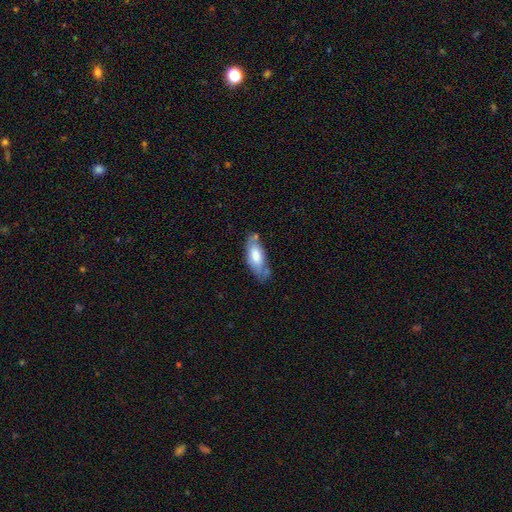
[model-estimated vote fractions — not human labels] This appears to be a smooth galaxy with no disk features (67%) that is in between round and cigar-shaped (79%). Merging: none (59%).